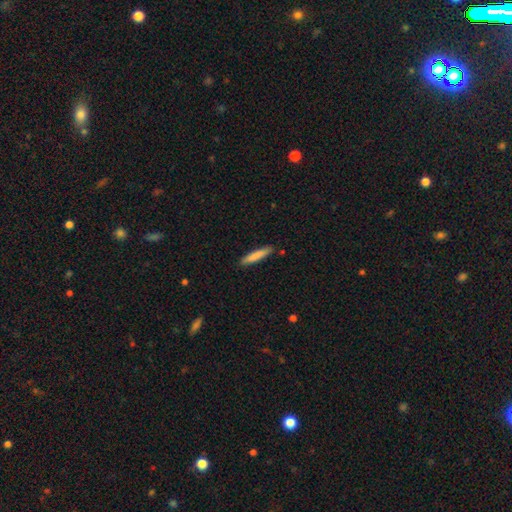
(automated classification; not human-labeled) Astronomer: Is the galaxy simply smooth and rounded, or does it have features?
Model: smooth — 83%.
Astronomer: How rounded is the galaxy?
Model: cigar-shaped — 91%.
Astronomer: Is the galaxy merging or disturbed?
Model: none — 87%.